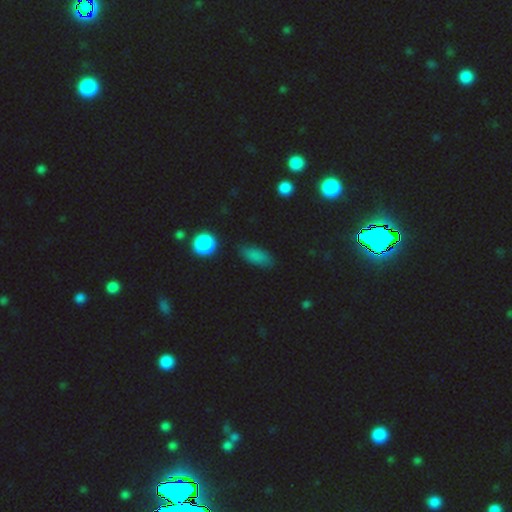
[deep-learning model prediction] A smooth galaxy with no disk features (79%) that is in between round and cigar-shaped (78%). Merging: none (78%).